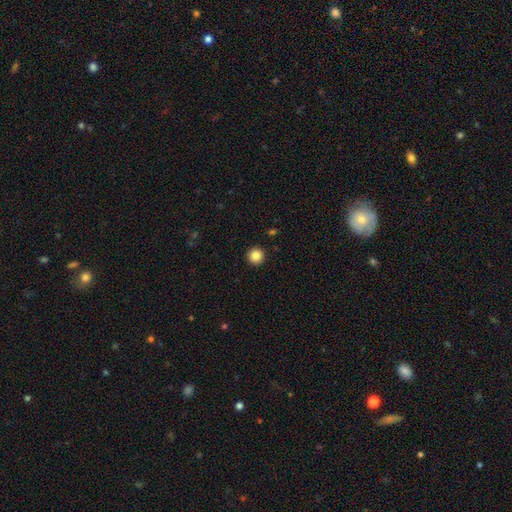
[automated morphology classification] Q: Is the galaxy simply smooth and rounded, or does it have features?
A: smooth — 87%.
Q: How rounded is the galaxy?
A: round — 96%.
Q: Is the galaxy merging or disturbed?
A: none — 93%.